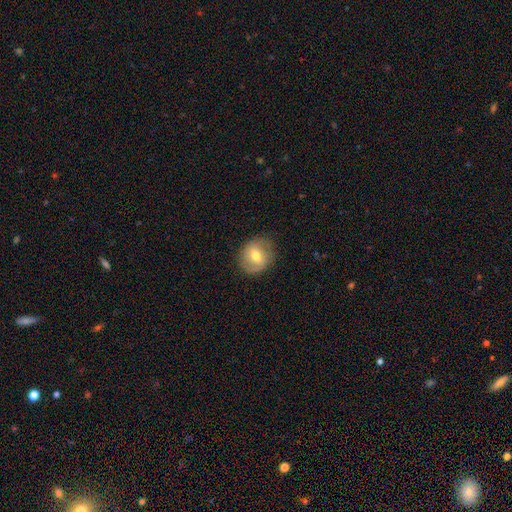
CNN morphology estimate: smooth-or-featured: smooth: 51% | featured or disk: 42% | star or artifact: 8%
  how-rounded: round: 71% | in between: 28% | cigar-shaped: 1%
  merging: none: 80% | minor disturbance: 14% | major disturbance: 5% | merger: 1%